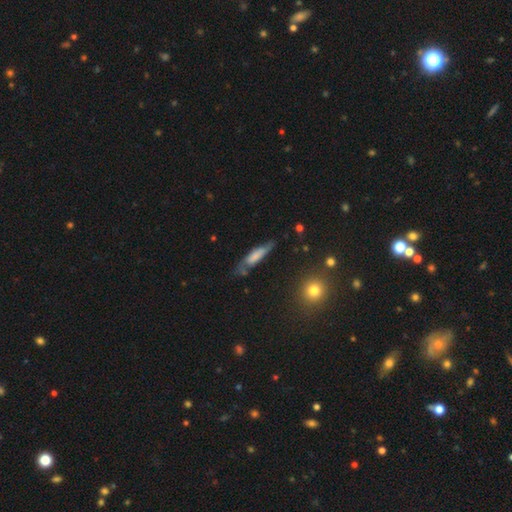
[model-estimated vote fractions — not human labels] Smooth or featured? Predicted: smooth (p=0.54). How rounded? Predicted: cigar-shaped (p=0.70). Merging? Predicted: none (p=0.53).